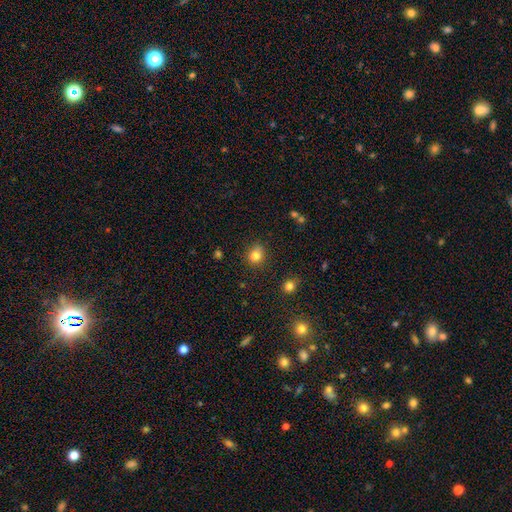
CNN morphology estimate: This appears to be a smooth galaxy with no disk features (82%) that is round (69%). Merging: none (81%).